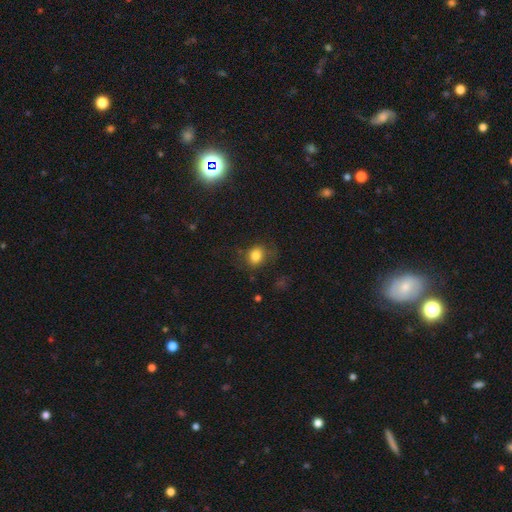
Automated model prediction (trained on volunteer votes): smooth_or_featured: smooth (p=0.81) [alt: star or artifact p=0.11]
how_rounded: round (p=0.50) [alt: in between p=0.49]
merging: none (p=0.66) [alt: minor disturbance p=0.21]